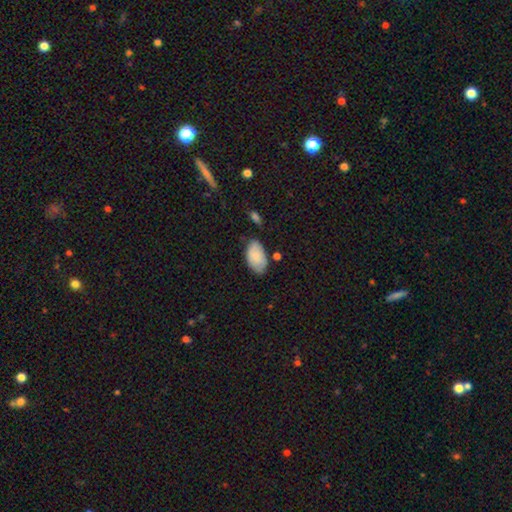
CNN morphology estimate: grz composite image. It shows a smooth galaxy with no disk features (86%) that is in between round and cigar-shaped (95%). Merging: none (68%).